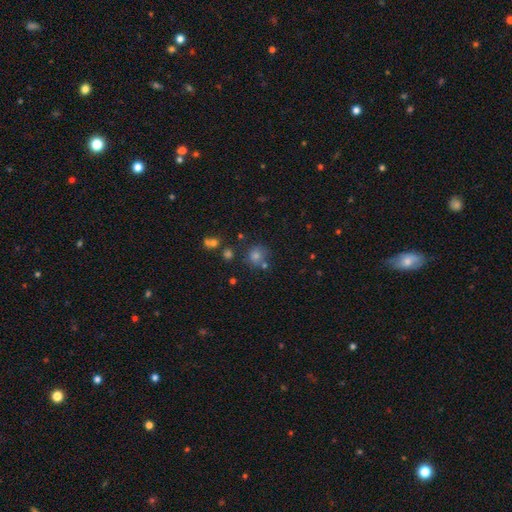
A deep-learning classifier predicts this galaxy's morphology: Smooth or featured: smooth — 68% (star or artifact — 23%)
How rounded: round — 88% (in between — 11%)
Merging: none — 72% (merger — 12%)